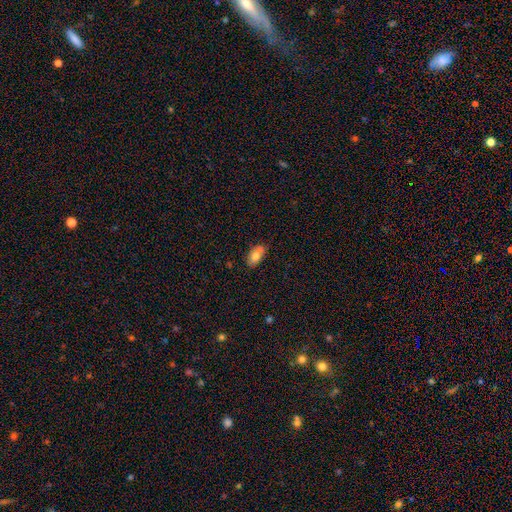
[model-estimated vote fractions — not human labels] A smooth galaxy with no disk features (76%) that is in between round and cigar-shaped (91%).

Vote fractions:
- Smooth or featured? smooth: 76% / featured or disk: 17% / star or artifact: 8%
- How rounded? in between: 91% / round: 5% / cigar-shaped: 4%
- Merging? none: 70% / minor disturbance: 22% / merger: 5% / major disturbance: 3%